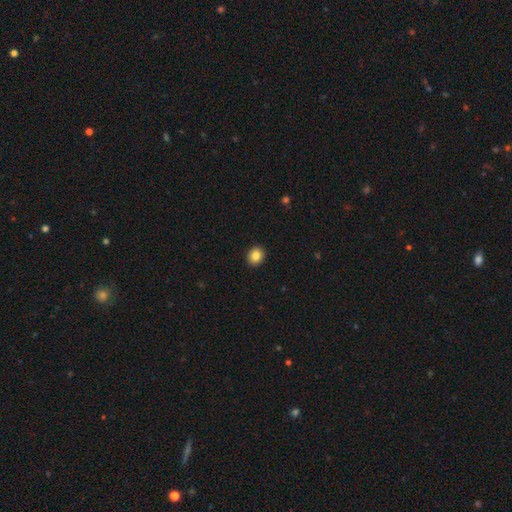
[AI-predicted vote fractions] A smooth galaxy with no disk features (86%) that is round (68%).

Vote fractions:
- Smooth or featured? smooth: 86% / star or artifact: 9% / featured or disk: 5%
- How rounded? round: 68% / in between: 31% / cigar-shaped: 1%
- Merging? none: 92% / minor disturbance: 5% / major disturbance: 2% / merger: 1%